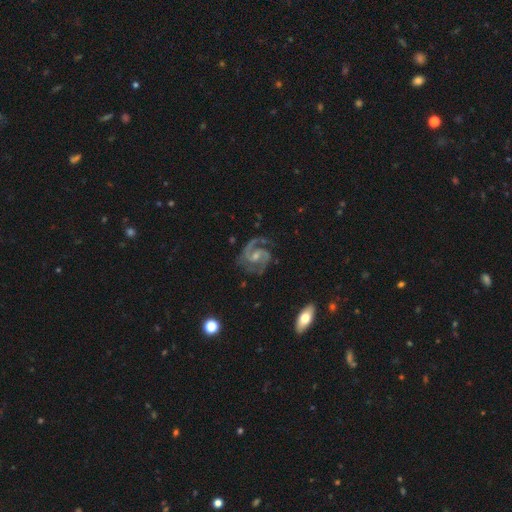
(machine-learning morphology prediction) Smooth or featured? featured or disk (92%)
Edge-on disk? no (98%)
Bar? weak (46%)
Spiral arms? yes (99%)
Spiral winding? medium (54%)
Spiral arm count? 2 (85%)
Bulge size? small (53%)
Merging? none (77%)